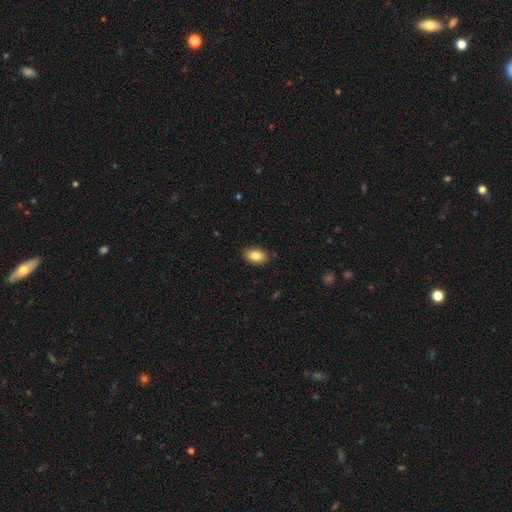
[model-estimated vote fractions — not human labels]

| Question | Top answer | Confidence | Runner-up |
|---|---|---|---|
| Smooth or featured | smooth | 85% | star or artifact (7%) |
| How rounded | in between | 89% | round (9%) |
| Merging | none | 88% | minor disturbance (9%) |